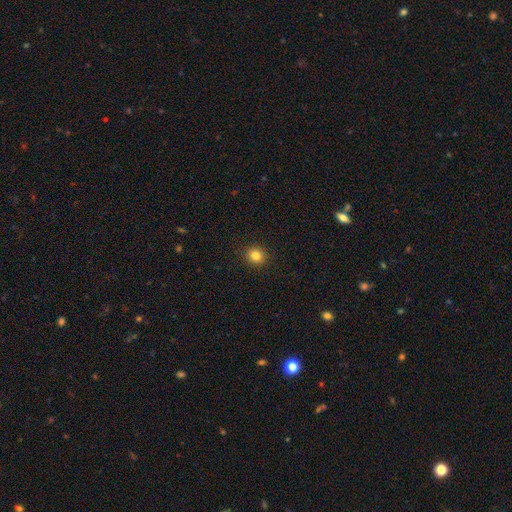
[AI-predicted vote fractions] This appears to be a smooth galaxy with no disk features (83%) that is round (86%). Merging: none (92%).